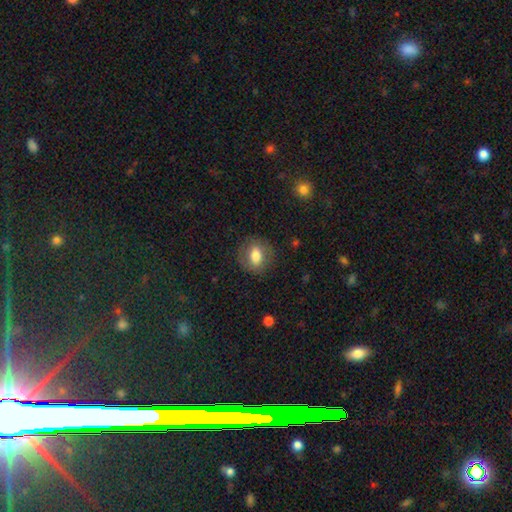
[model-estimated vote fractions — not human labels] Smooth or featured? smooth (73%)
How rounded? in between (51%)
Merging? none (82%)